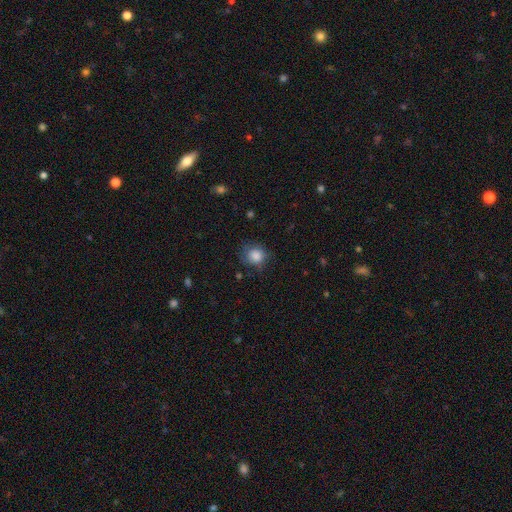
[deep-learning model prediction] The model was most divided on "merging": none: 71%, minor disturbance: 21%, major disturbance: 7%, merger: 1%. More confident: smooth or featured — smooth (85%); how rounded — round (81%).